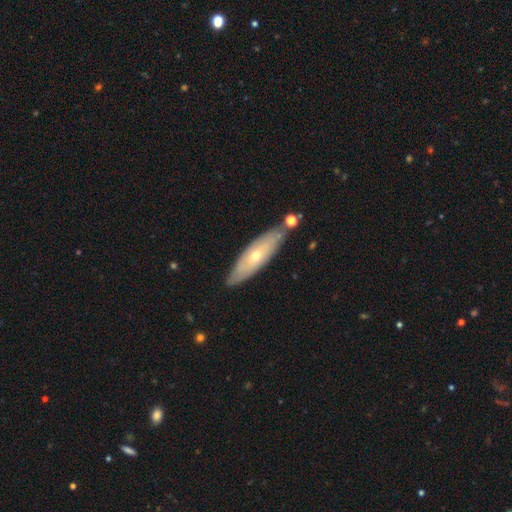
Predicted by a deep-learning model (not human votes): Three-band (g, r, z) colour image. It shows a featured or disk galaxy (53%). Merging: none (77%).